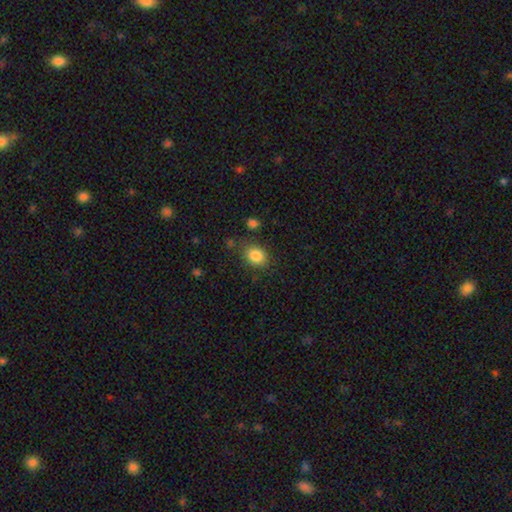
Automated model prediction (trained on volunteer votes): Overall: smooth (85%). How rounded: in between (56%; round 43%). Merging: none (78%).